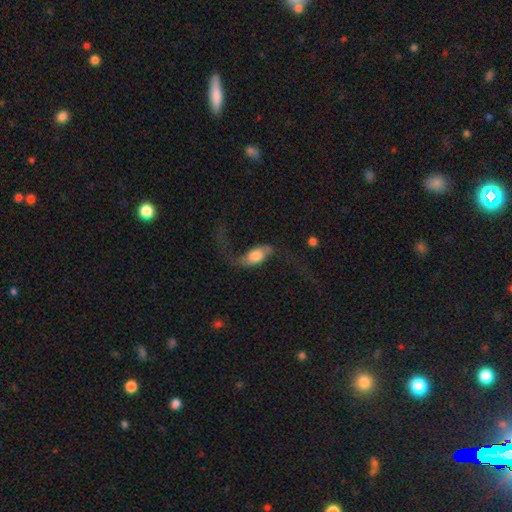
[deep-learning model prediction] This appears to be a featured or disk galaxy (56%). Merging: major disturbance (42%).